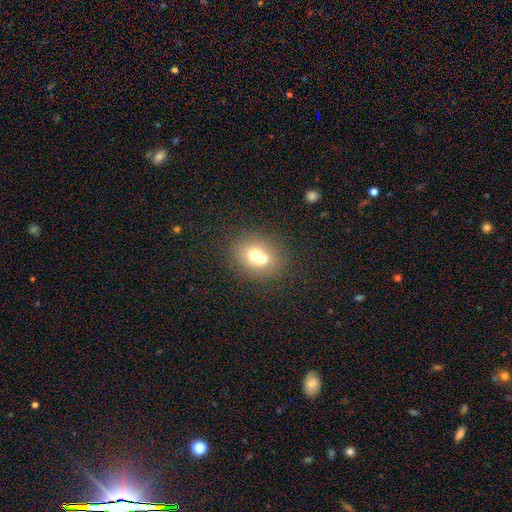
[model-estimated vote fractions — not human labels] A smooth galaxy with no disk features (65%) that is round (66%). Merging: merger (57%).